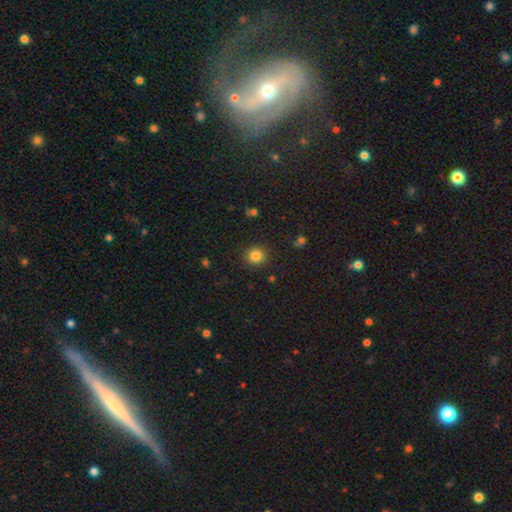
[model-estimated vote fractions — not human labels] Q: Smooth or featured?
A: smooth (83%); runner-up: star or artifact (12%)
Q: How rounded?
A: round (91%); runner-up: in between (8%)
Q: Merging?
A: none (89%); runner-up: minor disturbance (7%)